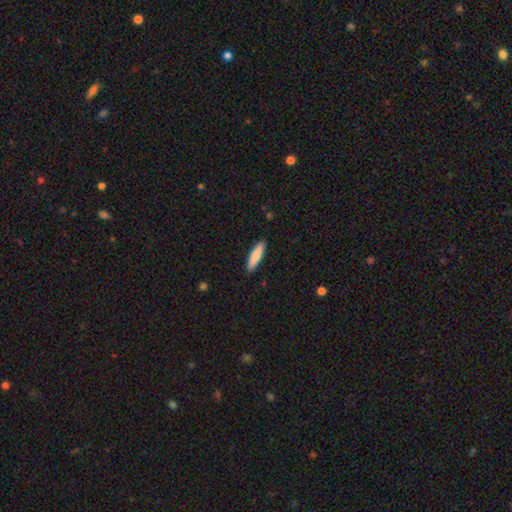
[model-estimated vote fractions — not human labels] A smooth galaxy with no disk features (82%) that is cigar-shaped (72%). Merging: none (90%).